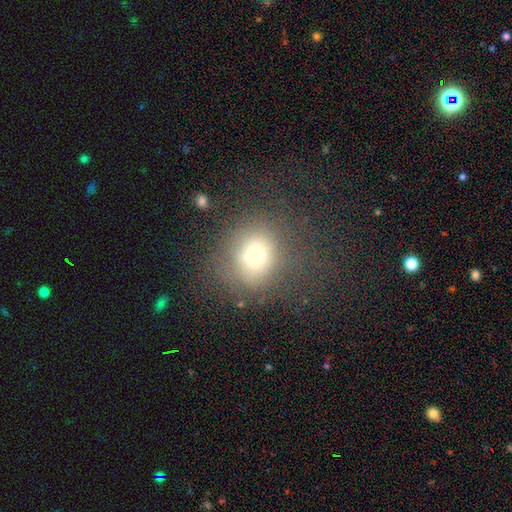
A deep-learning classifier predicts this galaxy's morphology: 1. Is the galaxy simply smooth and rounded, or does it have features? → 67% smooth, 17% star or artifact, 16% featured or disk.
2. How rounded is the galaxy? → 73% round, 26% in between, 1% cigar-shaped.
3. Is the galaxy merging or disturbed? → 58% none, 20% minor disturbance, 18% major disturbance, 4% merger.